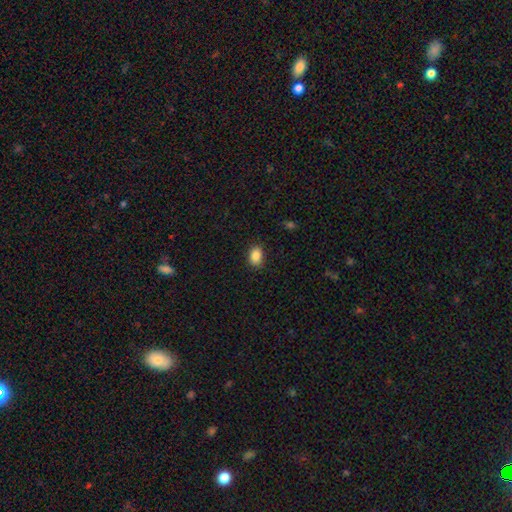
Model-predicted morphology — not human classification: This is clearly a smooth galaxy (88%). How rounded: clearly in between (82%). Merging: clearly none (85%).